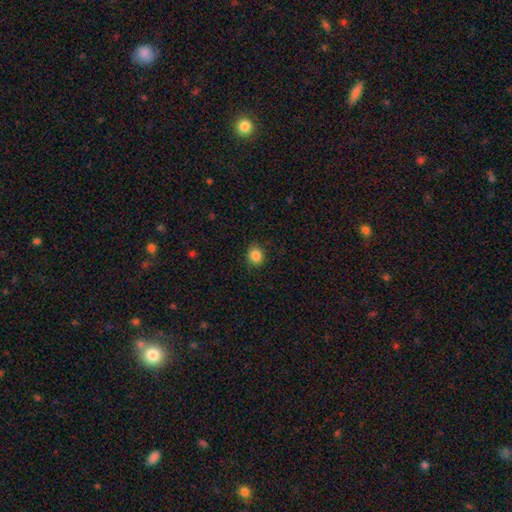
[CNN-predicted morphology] smooth_or_featured: smooth (p=0.86) [alt: star or artifact p=0.10]
how_rounded: round (p=0.71) [alt: in between p=0.28]
merging: none (p=0.85) [alt: minor disturbance p=0.11]